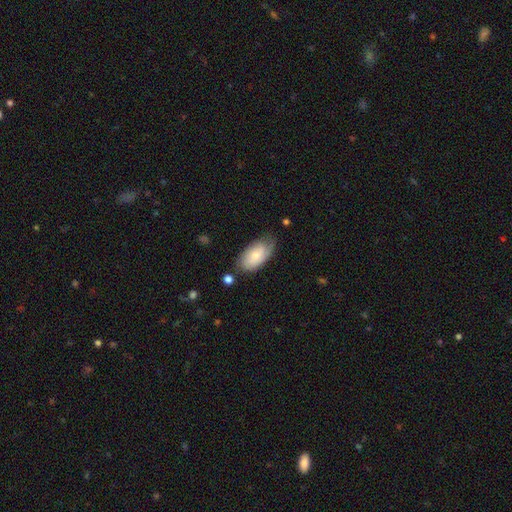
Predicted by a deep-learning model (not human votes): The model was most divided on "smooth or featured": smooth: 56%, featured or disk: 38%, star or artifact: 6%. More confident: how rounded — in between (93%); merging — none (65%).